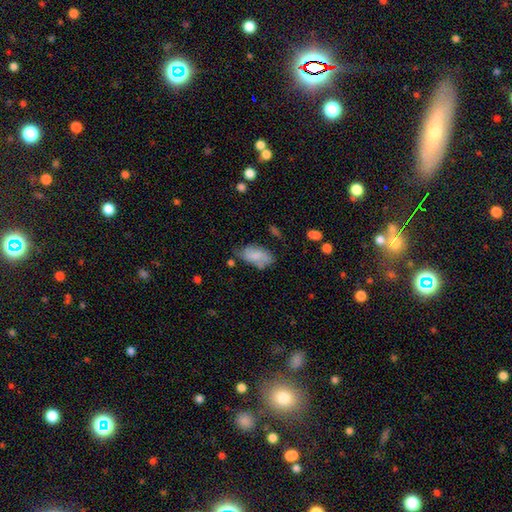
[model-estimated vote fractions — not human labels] Morphology: type=smooth (71%); roundness=in between (93%); merging=none (54%).